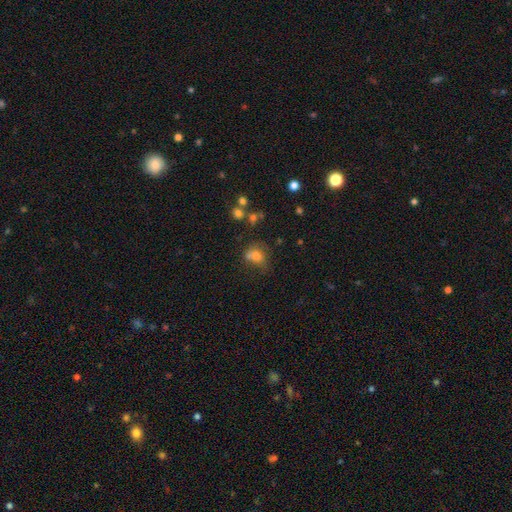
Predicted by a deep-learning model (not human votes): Q: Smooth or featured?
A: smooth (70%); runner-up: featured or disk (16%)
Q: How rounded?
A: round (55%); runner-up: in between (44%)
Q: Merging?
A: none (39%); runner-up: merger (26%)